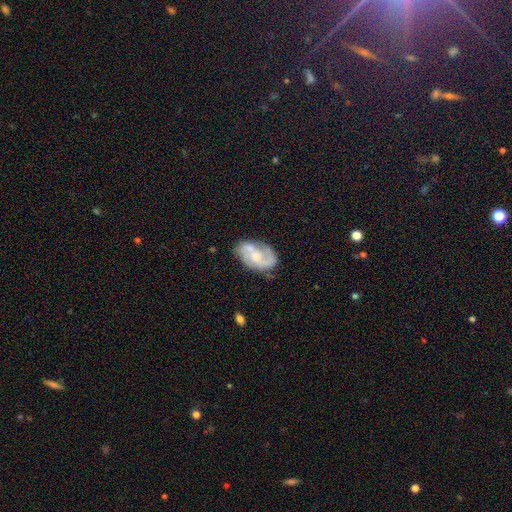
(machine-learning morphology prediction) Smooth or featured? Predicted: featured or disk (p=0.69). Edge-on disk? Predicted: no (p=0.97). Bar? Predicted: no (p=0.61). Spiral arms? Predicted: yes (p=0.82). Spiral winding? Predicted: medium (p=0.46). Spiral arm count? Predicted: 2 (p=0.70). Bulge size? Predicted: moderate (p=0.48). Merging? Predicted: none (p=0.55).